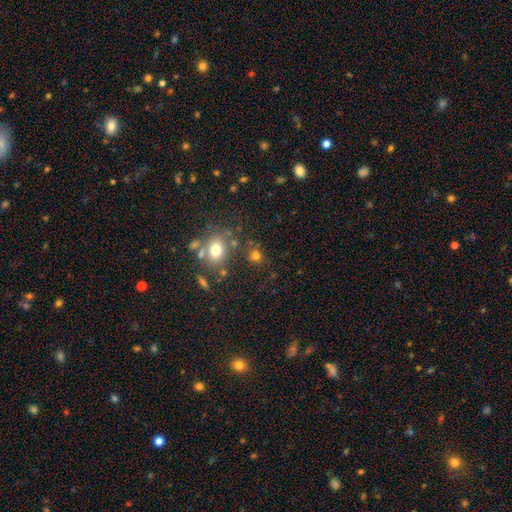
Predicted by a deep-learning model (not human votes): This appears to be a smooth galaxy with no disk features (71%) that is round (74%). Merging: none (66%).